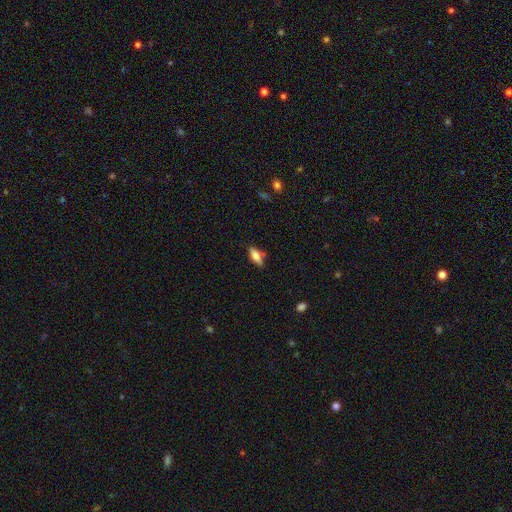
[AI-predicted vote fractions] The model was most divided on "how rounded": in between: 67%, cigar-shaped: 30%, round: 3%. More confident: merging — none (76%); smooth or featured — smooth (65%).